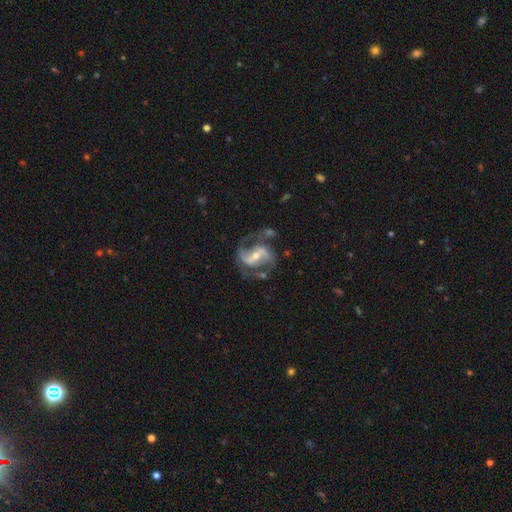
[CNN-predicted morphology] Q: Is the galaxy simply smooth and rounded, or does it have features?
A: featured or disk — 89%.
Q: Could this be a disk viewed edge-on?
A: no — 97%.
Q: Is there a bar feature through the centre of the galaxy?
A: strong — 50%.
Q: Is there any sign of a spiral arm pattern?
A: yes — 96%.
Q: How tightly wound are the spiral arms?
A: medium — 55%.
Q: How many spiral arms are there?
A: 2 — 88%.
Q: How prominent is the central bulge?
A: moderate — 50%.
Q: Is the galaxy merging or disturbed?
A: none — 61%.